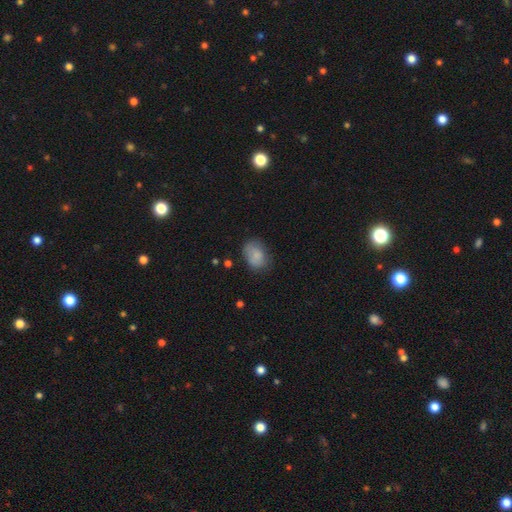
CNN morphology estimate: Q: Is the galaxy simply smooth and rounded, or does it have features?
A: smooth — 81%.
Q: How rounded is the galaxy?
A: in between — 75%.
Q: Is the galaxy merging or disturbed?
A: none — 63%.